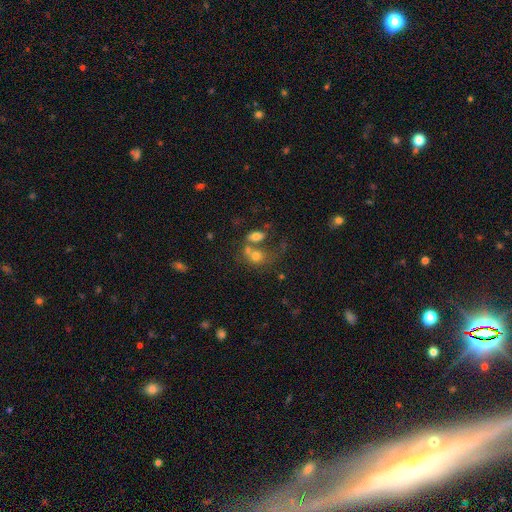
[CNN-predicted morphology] smooth 65%, featured or disk 22%, star or artifact 13%. Down the decision tree: how rounded — in between (54%); merging — merger (56%).